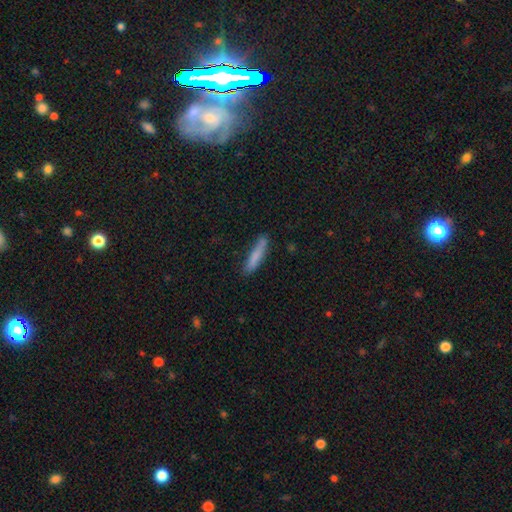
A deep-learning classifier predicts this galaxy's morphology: A smooth galaxy with no disk features (78%) that is cigar-shaped (90%). Merging: none (79%).